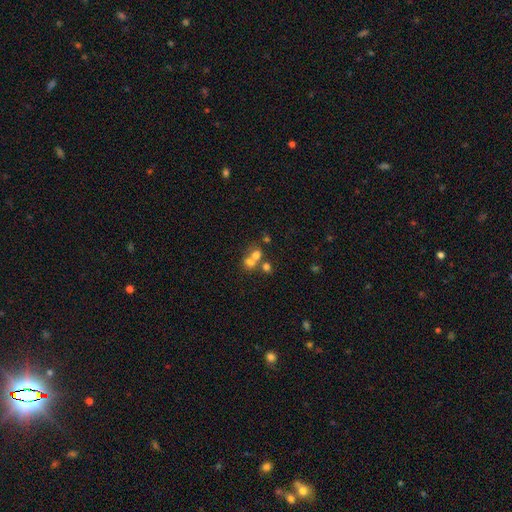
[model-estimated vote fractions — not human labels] Smooth or featured? Predicted: smooth (p=0.65). How rounded? Predicted: round (p=0.74). Merging? Predicted: merger (p=0.59).